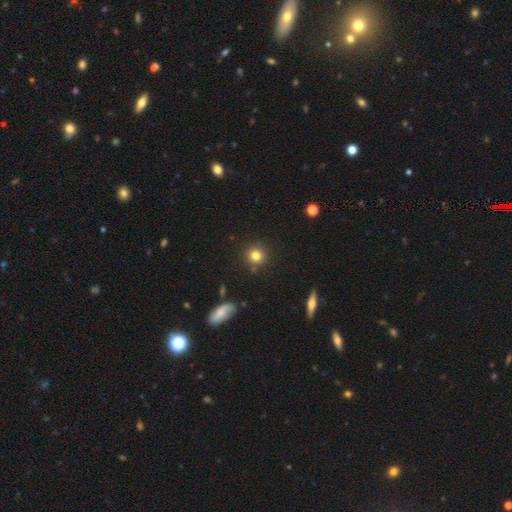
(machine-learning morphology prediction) smooth-or-featured: smooth: 80% | star or artifact: 13% | featured or disk: 7%
  how-rounded: round: 91% | in between: 8% | cigar-shaped: 1%
  merging: none: 85% | minor disturbance: 9% | merger: 3% | major disturbance: 3%